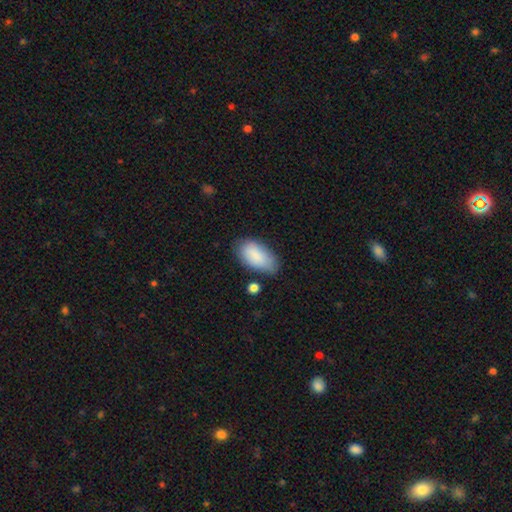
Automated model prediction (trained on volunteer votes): This is clearly a smooth galaxy (87%). How rounded: clearly in between (94%). Merging: likely none (70%).